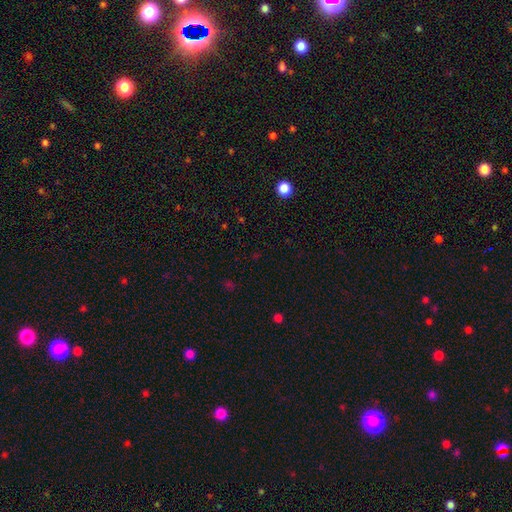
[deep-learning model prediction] A star or artifact, not a galaxy (61%).

Vote fractions:
- Smooth or featured? star or artifact: 61% / smooth: 31% / featured or disk: 7%